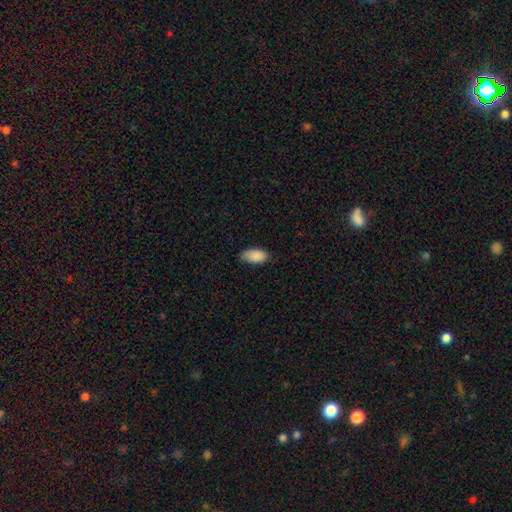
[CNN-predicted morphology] This is clearly a smooth galaxy (89%). How rounded: clearly in between (93%). Merging: likely none (73%).